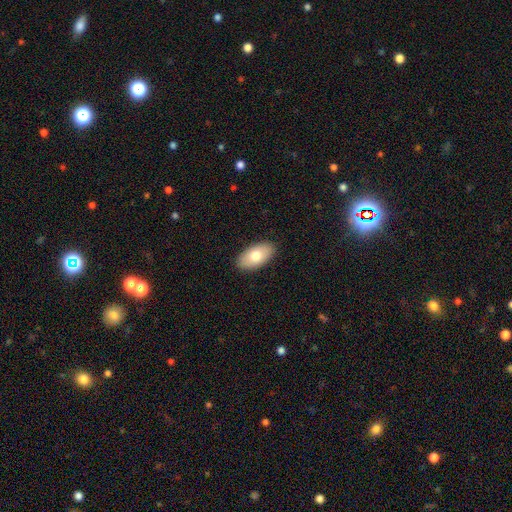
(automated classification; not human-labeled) The model was most divided on "smooth or featured": smooth: 75%, featured or disk: 19%, star or artifact: 6%. More confident: how rounded — in between (95%); merging — none (89%).